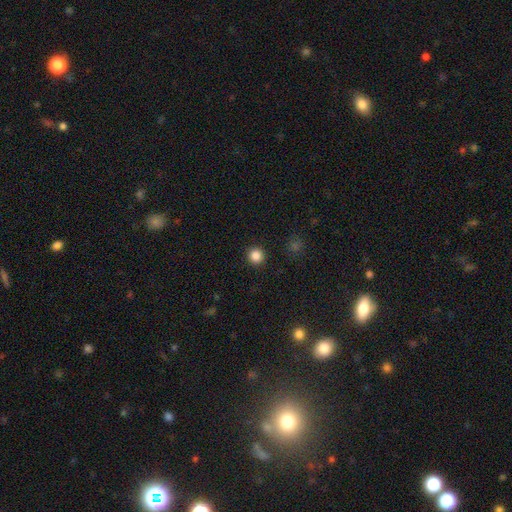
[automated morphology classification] Smooth or featured? Predicted: smooth (p=0.85). How rounded? Predicted: round (p=0.96). Merging? Predicted: none (p=0.93).